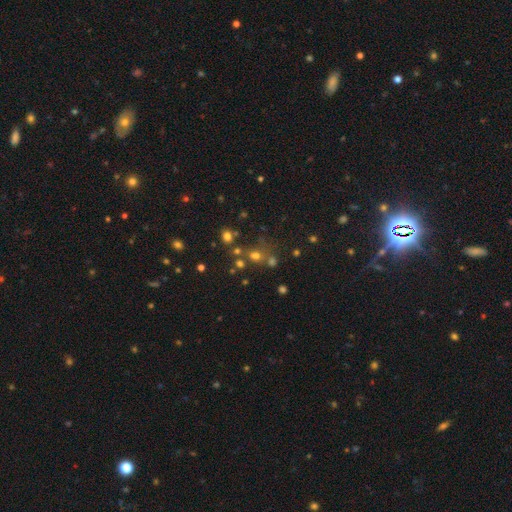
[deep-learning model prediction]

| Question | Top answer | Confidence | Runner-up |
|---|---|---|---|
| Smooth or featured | smooth | 56% | star or artifact (32%) |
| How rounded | round | 78% | in between (21%) |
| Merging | none | 58% | merger (26%) |